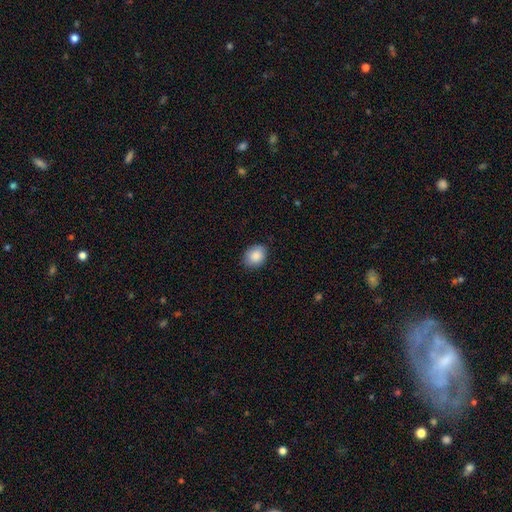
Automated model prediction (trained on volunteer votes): This is clearly a smooth galaxy (88%). How rounded: possibly in between (56%). Merging: clearly none (85%).